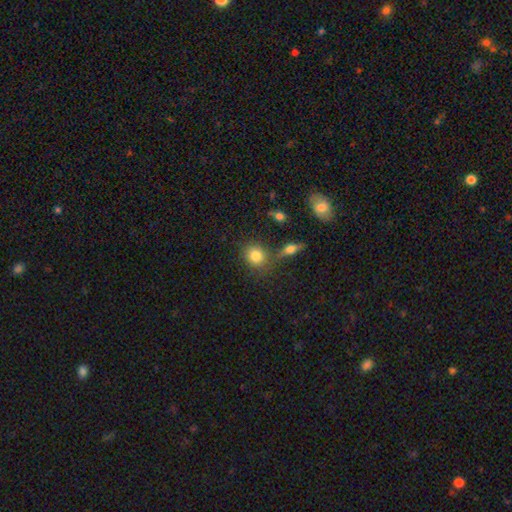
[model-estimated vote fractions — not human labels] Smooth or featured?
  - smooth: 81% *
  - star or artifact: 10%
  - featured or disk: 9%
How rounded?
  - round: 74% *
  - in between: 24%
  - cigar-shaped: 2%
Merging?
  - none: 71% *
  - merger: 13%
  - minor disturbance: 12%
  - major disturbance: 4%